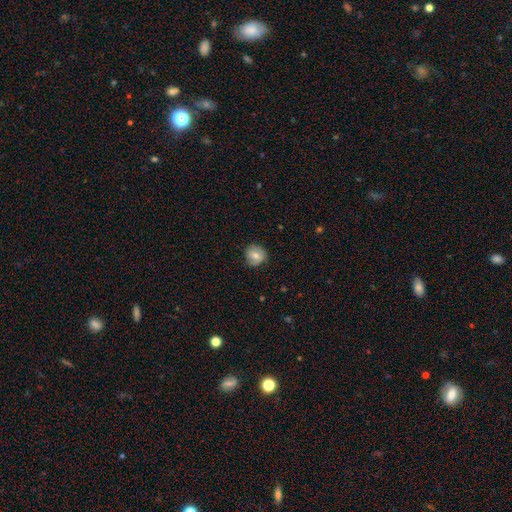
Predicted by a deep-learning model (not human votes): smooth-or-featured: smooth: 63% | featured or disk: 29% | star or artifact: 8%
  how-rounded: round: 85% | in between: 14% | cigar-shaped: 1%
  merging: none: 76% | minor disturbance: 19% | major disturbance: 4% | merger: 1%